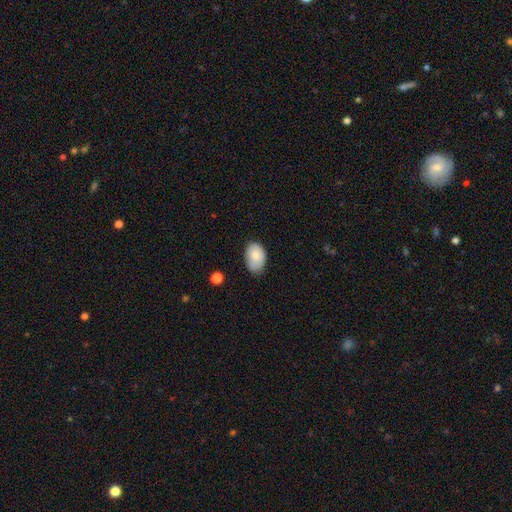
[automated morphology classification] smooth-or-featured: smooth: 83% | featured or disk: 10% | star or artifact: 7%
  how-rounded: in between: 87% | round: 12% | cigar-shaped: 1%
  merging: none: 72% | minor disturbance: 23% | major disturbance: 4% | merger: 2%